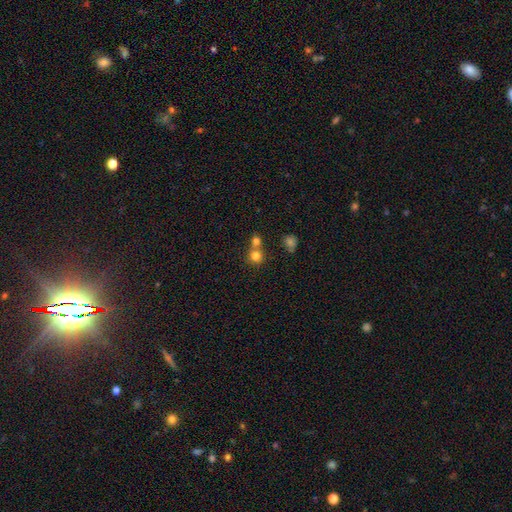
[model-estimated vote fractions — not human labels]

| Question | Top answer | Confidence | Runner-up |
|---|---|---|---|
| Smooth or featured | smooth | 78% | star or artifact (13%) |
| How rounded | round | 89% | in between (10%) |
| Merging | none | 51% | merger (40%) |